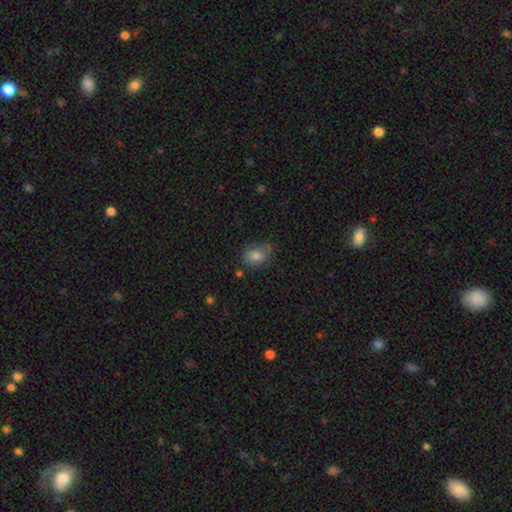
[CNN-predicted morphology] smooth_or_featured: smooth (p=0.69) [alt: featured or disk p=0.20]
how_rounded: in between (p=0.77) [alt: round p=0.21]
merging: none (p=0.56) [alt: minor disturbance p=0.30]